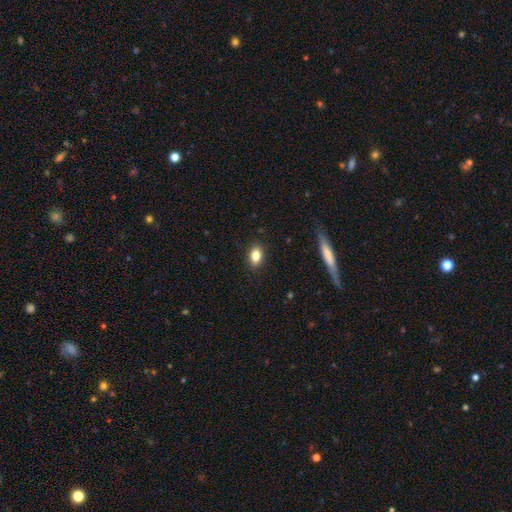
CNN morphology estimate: This is clearly a smooth galaxy (83%). How rounded: clearly in between (82%). Merging: clearly none (88%).